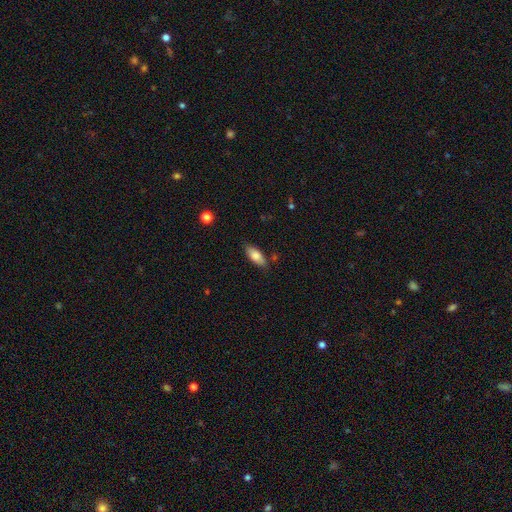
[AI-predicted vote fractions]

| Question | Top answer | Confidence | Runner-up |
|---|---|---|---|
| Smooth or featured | smooth | 78% | featured or disk (15%) |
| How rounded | in between | 81% | cigar-shaped (17%) |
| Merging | none | 81% | minor disturbance (14%) |